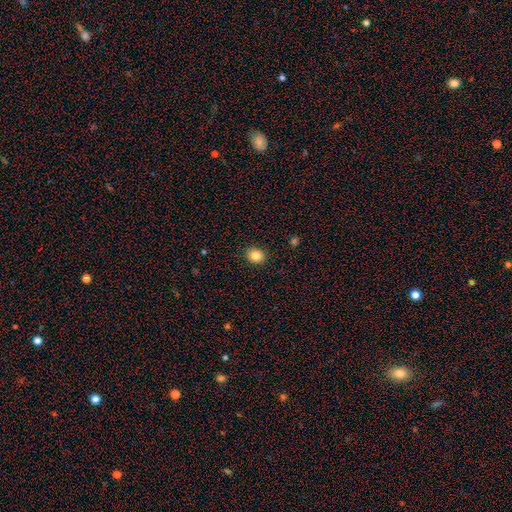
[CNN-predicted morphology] This is clearly a smooth galaxy (85%). How rounded: possibly round (59%). Merging: clearly none (91%).